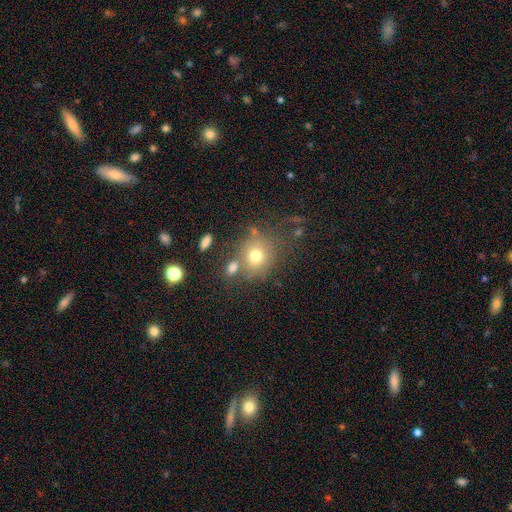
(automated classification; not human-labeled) smooth-or-featured: smooth: 72% | featured or disk: 15% | star or artifact: 14%
  how-rounded: round: 79% | in between: 20% | cigar-shaped: 1%
  merging: none: 63% | merger: 17% | minor disturbance: 13% | major disturbance: 7%